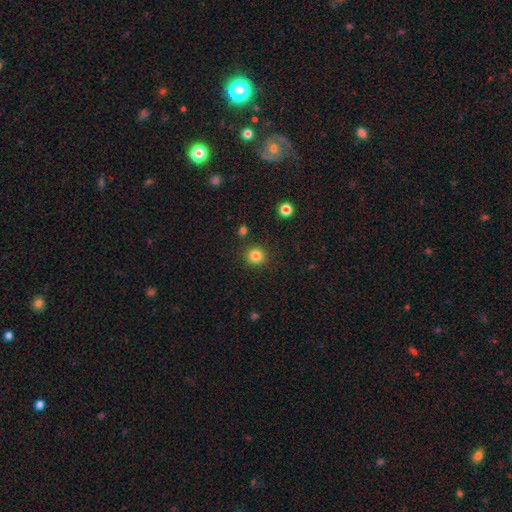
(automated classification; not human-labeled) smooth_or_featured: smooth (p=0.84) [alt: star or artifact p=0.12]
how_rounded: round (p=0.92) [alt: in between p=0.07]
merging: none (p=0.89) [alt: minor disturbance p=0.06]